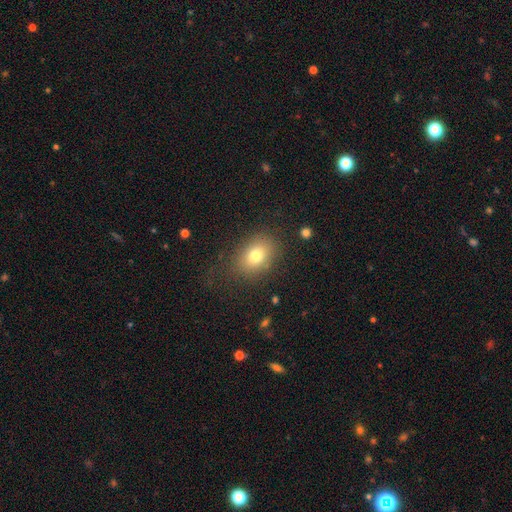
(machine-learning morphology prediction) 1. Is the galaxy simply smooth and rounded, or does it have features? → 77% smooth, 12% featured or disk, 11% star or artifact.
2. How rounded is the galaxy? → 69% in between, 30% round, 1% cigar-shaped.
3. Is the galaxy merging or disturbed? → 79% none, 13% minor disturbance, 7% major disturbance, 2% merger.